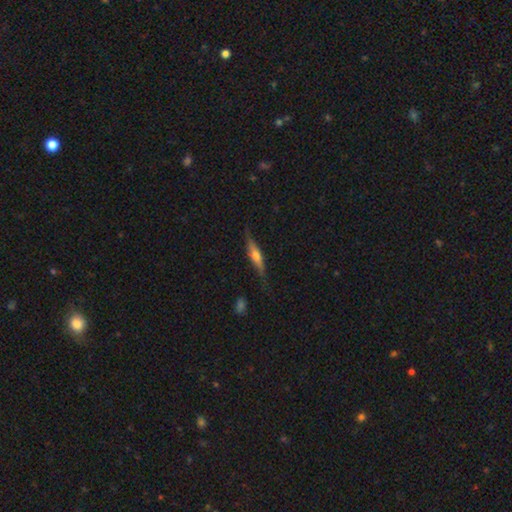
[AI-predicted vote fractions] Smooth or featured: featured or disk — 56% (smooth — 38%)
Edge-on disk: yes — 91% (no — 9%)
Edge-on bulge: rounded — 80% (boxy — 12%)
Merging: none — 73% (minor disturbance — 20%)